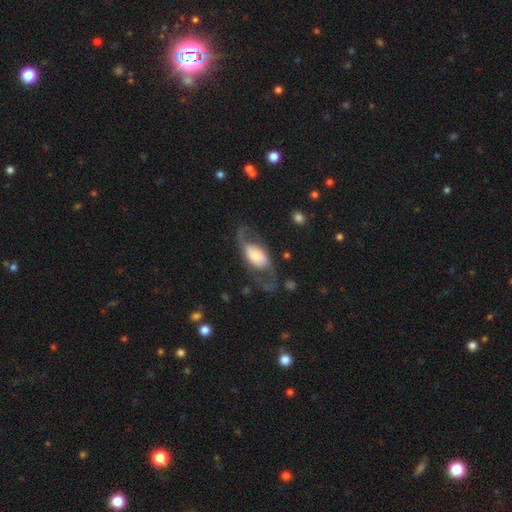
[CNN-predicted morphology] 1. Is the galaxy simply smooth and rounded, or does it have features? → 72% featured or disk, 23% smooth, 6% star or artifact.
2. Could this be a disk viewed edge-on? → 91% no, 9% yes.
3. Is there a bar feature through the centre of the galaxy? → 55% no, 30% weak, 16% strong.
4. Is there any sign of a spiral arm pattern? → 83% yes, 17% no.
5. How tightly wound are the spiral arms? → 59% loose, 33% medium, 8% tight.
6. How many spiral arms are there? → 90% 2, 4% can't tell, 3% 1, 1% 3, 1% 4, 1% more than 4.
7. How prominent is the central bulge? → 34% moderate, 33% large, 20% small, 9% dominant, 3% none.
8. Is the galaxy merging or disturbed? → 59% none, 22% major disturbance, 17% minor disturbance, 2% merger.